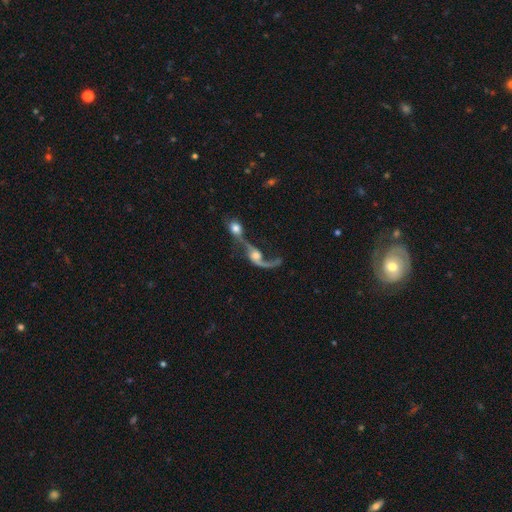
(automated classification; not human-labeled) Q: Smooth or featured?
A: featured or disk (75%); runner-up: smooth (16%)
Q: Edge-on disk?
A: no (93%); runner-up: yes (7%)
Q: Bar?
A: no (65%); runner-up: weak (27%)
Q: Spiral arms?
A: yes (88%); runner-up: no (12%)
Q: Spiral winding?
A: loose (87%); runner-up: medium (10%)
Q: Spiral arm count?
A: 2 (59%); runner-up: 1 (35%)
Q: Bulge size?
A: moderate (50%); runner-up: large (20%)
Q: Merging?
A: merger (73%); runner-up: major disturbance (12%)